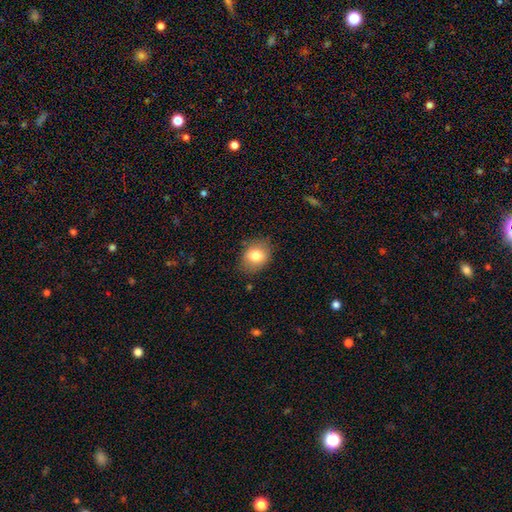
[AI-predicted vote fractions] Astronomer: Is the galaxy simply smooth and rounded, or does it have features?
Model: smooth — 79%.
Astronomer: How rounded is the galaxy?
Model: in between — 56% (runner-up: round, 43%).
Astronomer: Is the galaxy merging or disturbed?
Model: none — 79%.